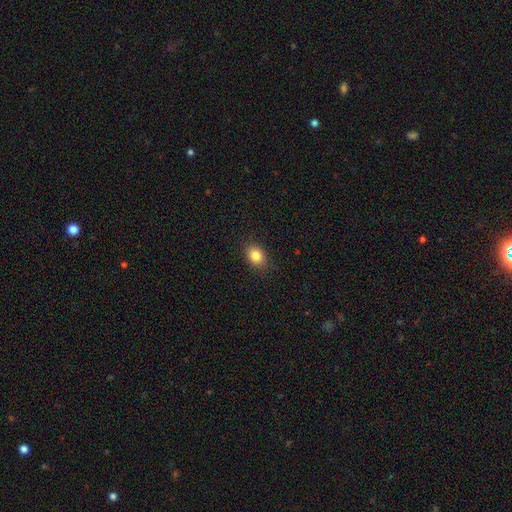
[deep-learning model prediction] Smooth or featured?
  - smooth: 84% *
  - star or artifact: 10%
  - featured or disk: 6%
How rounded?
  - in between: 55% *
  - round: 44%
  - cigar-shaped: 1%
Merging?
  - none: 88% *
  - minor disturbance: 9%
  - major disturbance: 2%
  - merger: 1%